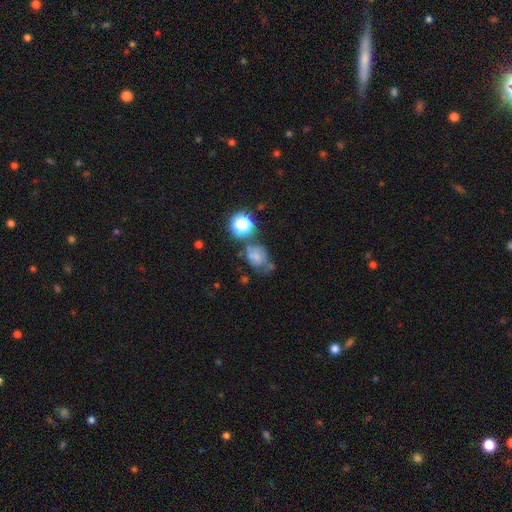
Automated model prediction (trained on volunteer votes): Q: Smooth or featured?
A: smooth (55%); runner-up: featured or disk (25%)
Q: How rounded?
A: in between (52%); runner-up: round (46%)
Q: Merging?
A: none (37%); runner-up: minor disturbance (26%)